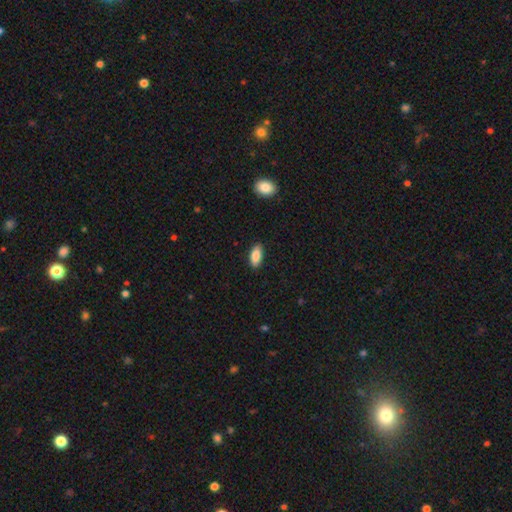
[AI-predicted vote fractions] Overall: smooth (87%). How rounded: in between (88%). Merging: none (87%).